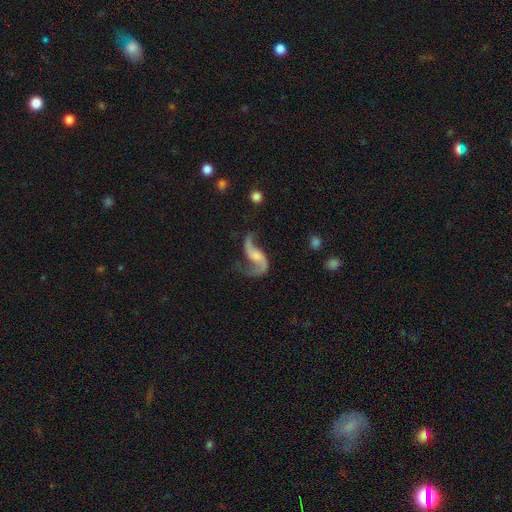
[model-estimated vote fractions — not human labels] smooth_or_featured: featured or disk (p=0.89) [alt: smooth p=0.06]
disk_edge_on: no (p=0.97) [alt: yes p=0.03]
bar: no (p=0.51) [alt: weak p=0.35]
has_spiral_arms: yes (p=0.96) [alt: no p=0.04]
spiral_winding: loose (p=0.83) [alt: medium p=0.14]
spiral_arm_count: 2 (p=0.92) [alt: 1 p=0.03]
bulge_size: small (p=0.41) [alt: moderate p=0.30]
merging: none (p=0.60) [alt: major disturbance p=0.18]